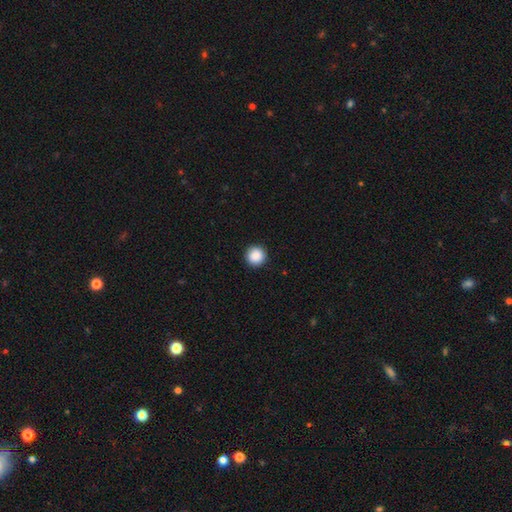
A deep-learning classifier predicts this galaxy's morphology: smooth 89%, star or artifact 9%, featured or disk 2%. Down the decision tree: how rounded — round (96%); merging — none (93%).